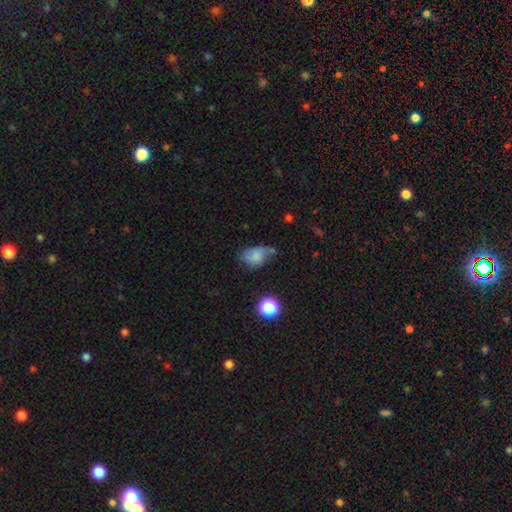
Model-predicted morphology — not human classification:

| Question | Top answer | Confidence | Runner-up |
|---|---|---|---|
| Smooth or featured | smooth | 63% | featured or disk (23%) |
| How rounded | in between | 78% | round (21%) |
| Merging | minor disturbance | 37% | none (34%) |